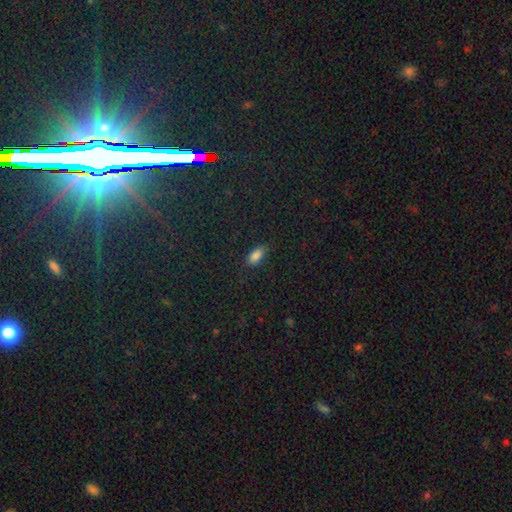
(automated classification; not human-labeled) The model was most divided on "merging": none: 80%, minor disturbance: 15%, major disturbance: 4%, merger: 1%. More confident: how rounded — in between (87%); smooth or featured — smooth (83%).